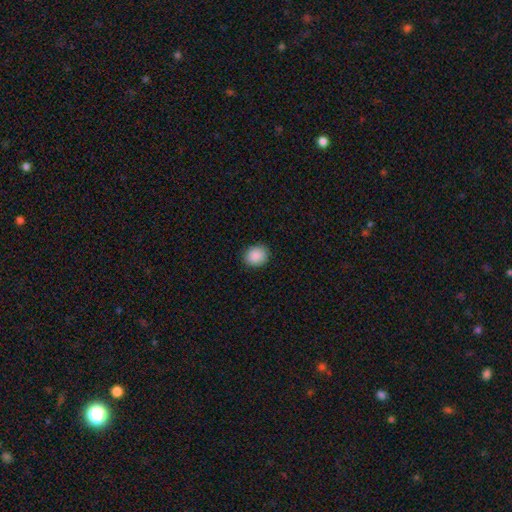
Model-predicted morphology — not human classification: This is clearly a smooth galaxy (89%). How rounded: likely round (73%). Merging: clearly none (89%).